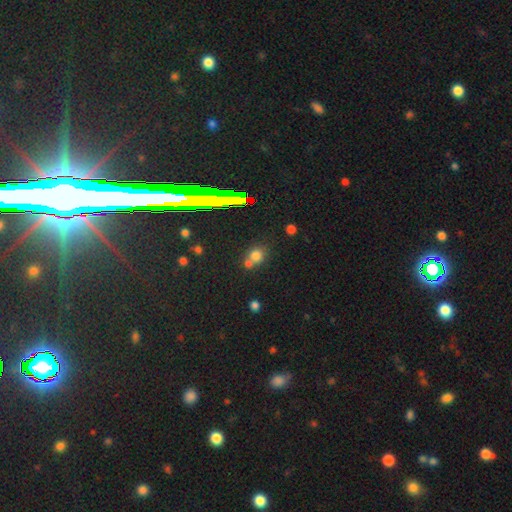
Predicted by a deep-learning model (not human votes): Morphology: type=smooth (69%); roundness=round (73%); merging=none (48%).